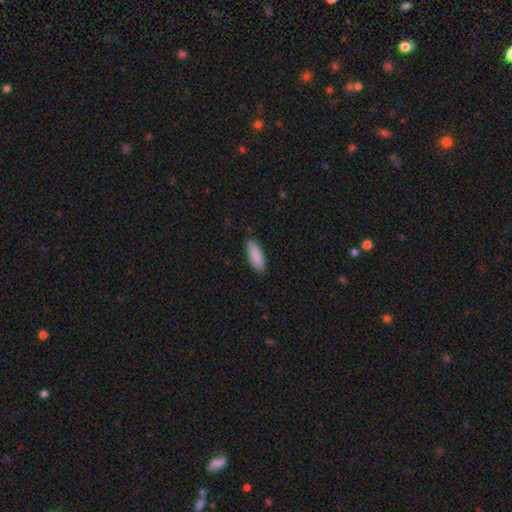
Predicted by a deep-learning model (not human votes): The model was most divided on "how rounded": in between: 67%, cigar-shaped: 32%, round: 2%. More confident: smooth or featured — smooth (90%); merging — none (88%).